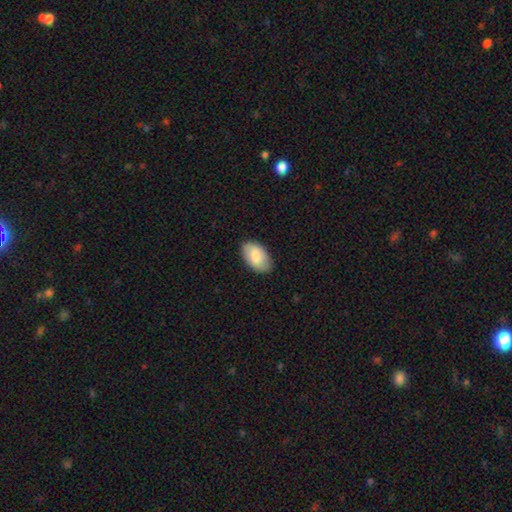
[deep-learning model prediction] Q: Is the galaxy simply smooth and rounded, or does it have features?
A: smooth — 82%.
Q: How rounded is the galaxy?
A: in between — 95%.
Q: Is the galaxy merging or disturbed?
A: none — 84%.